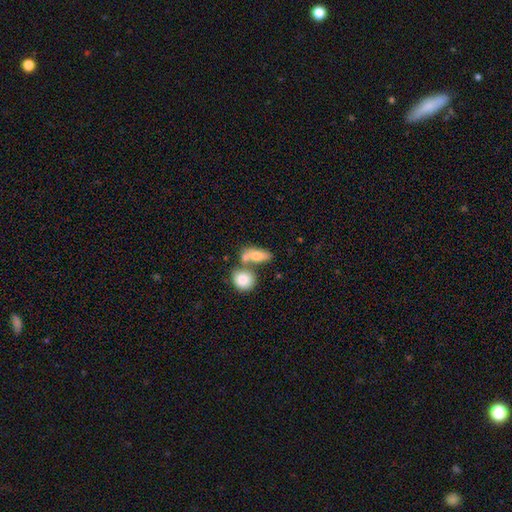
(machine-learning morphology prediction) This appears to be a smooth galaxy with no disk features (73%) that is in between round and cigar-shaped (72%). Merging: merger (49%).